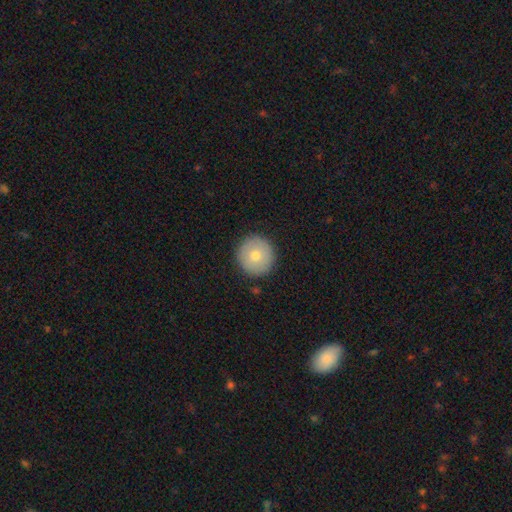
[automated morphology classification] smooth 74%, featured or disk 18%, star or artifact 8%. Down the decision tree: how rounded — round (96%); merging — none (90%).